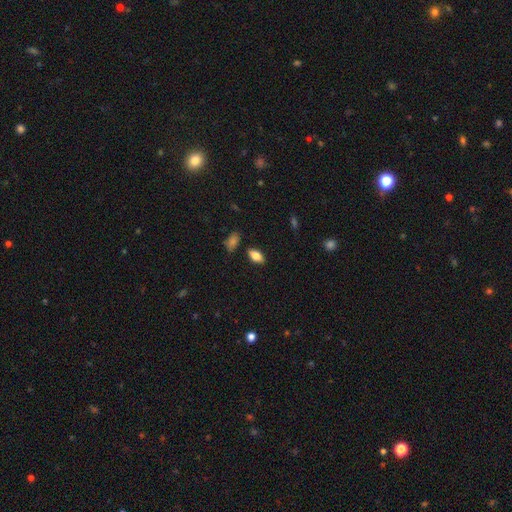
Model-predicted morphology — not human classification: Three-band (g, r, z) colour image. It shows a smooth galaxy with no disk features (80%) that is in between round and cigar-shaped (90%). Merging: none (85%).